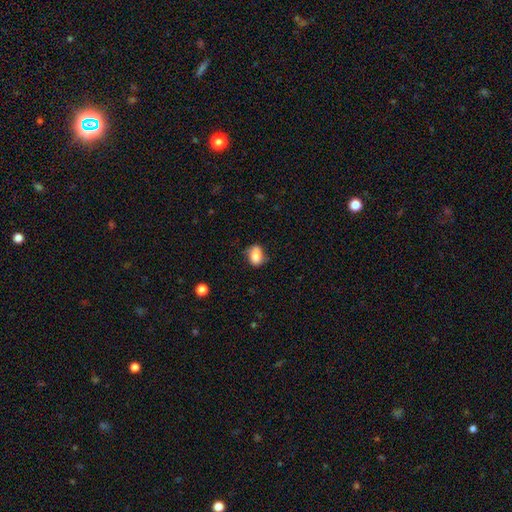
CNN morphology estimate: smooth-or-featured: smooth: 80% | featured or disk: 12% | star or artifact: 9%
  how-rounded: in between: 72% | round: 27% | cigar-shaped: 2%
  merging: none: 62% | minor disturbance: 28% | major disturbance: 8% | merger: 2%